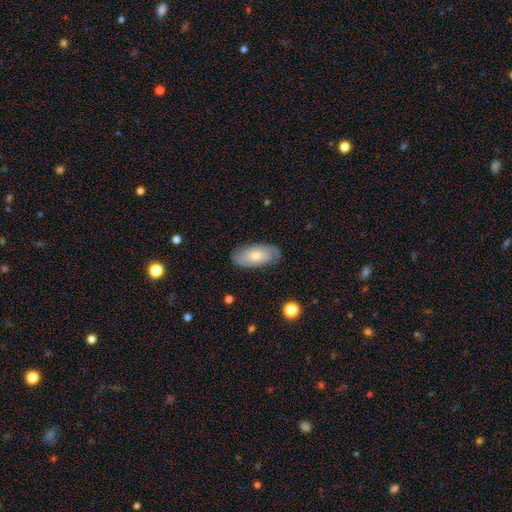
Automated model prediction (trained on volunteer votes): Q: Smooth or featured?
A: smooth (52%); runner-up: featured or disk (41%)
Q: How rounded?
A: in between (91%); runner-up: cigar-shaped (6%)
Q: Merging?
A: none (82%); runner-up: minor disturbance (14%)